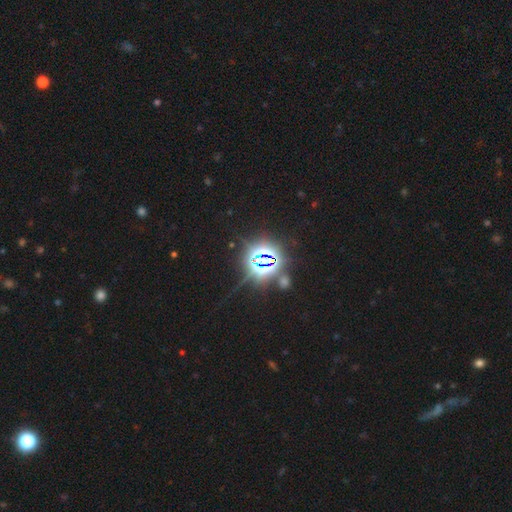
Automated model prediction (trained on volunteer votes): A star or artifact, not a galaxy (83%).

Vote fractions:
- Smooth or featured? star or artifact: 83% / smooth: 10% / featured or disk: 7%